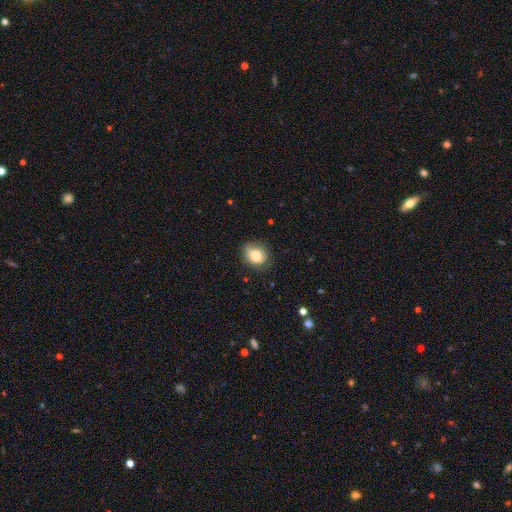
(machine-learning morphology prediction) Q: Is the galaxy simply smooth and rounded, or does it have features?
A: smooth — 81%.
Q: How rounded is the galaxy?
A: round — 57%.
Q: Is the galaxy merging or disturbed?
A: none — 79%.